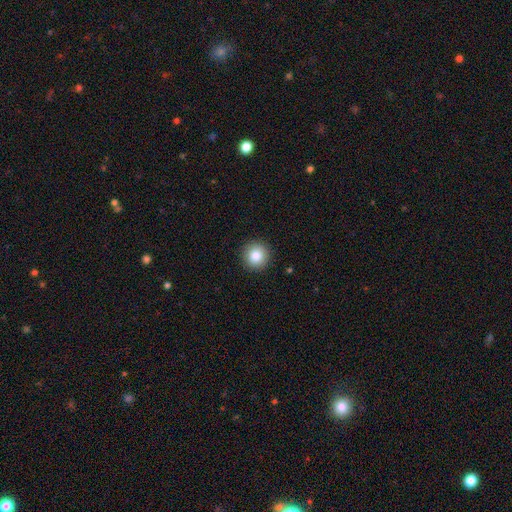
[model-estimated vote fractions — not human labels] A smooth galaxy with no disk features (84%) that is round (95%).

Vote fractions:
- Smooth or featured? smooth: 84% / star or artifact: 10% / featured or disk: 7%
- How rounded? round: 95% / in between: 4% / cigar-shaped: 1%
- Merging? none: 92% / minor disturbance: 5% / major disturbance: 2% / merger: 1%